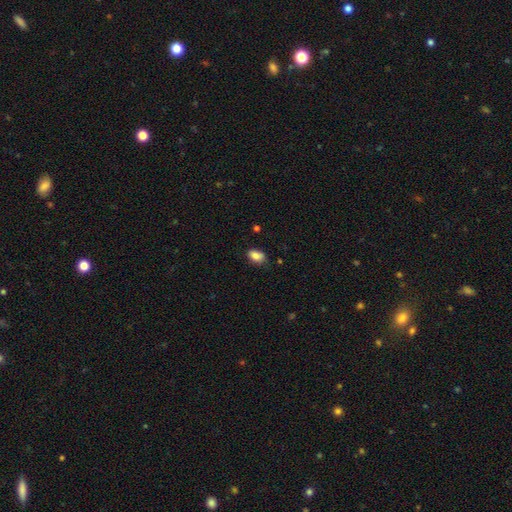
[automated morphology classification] Smooth or featured?
  - smooth: 85% *
  - star or artifact: 8%
  - featured or disk: 7%
How rounded?
  - in between: 89% *
  - round: 9%
  - cigar-shaped: 2%
Merging?
  - none: 77% *
  - minor disturbance: 18%
  - major disturbance: 3%
  - merger: 2%